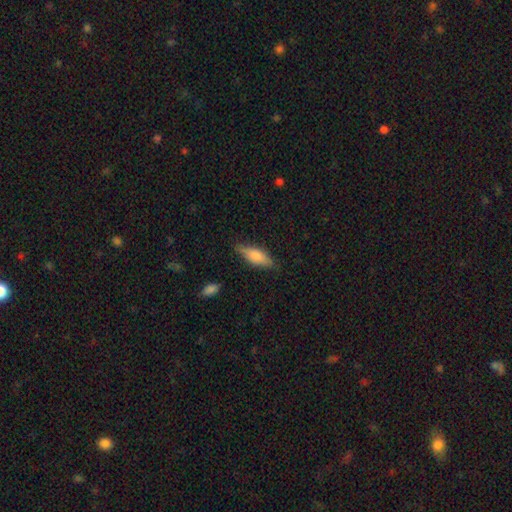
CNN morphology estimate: smooth_or_featured: smooth (p=0.65) [alt: featured or disk p=0.28]
how_rounded: in between (p=0.51) [alt: cigar-shaped p=0.46]
merging: none (p=0.81) [alt: minor disturbance p=0.14]